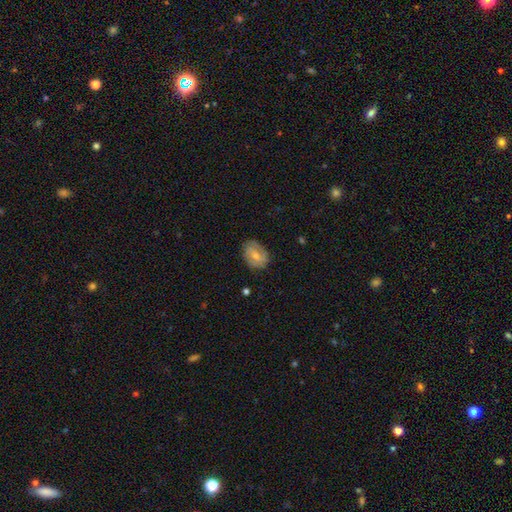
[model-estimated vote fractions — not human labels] smooth 50%, featured or disk 43%, star or artifact 7%. Down the decision tree: merging — none (73%).